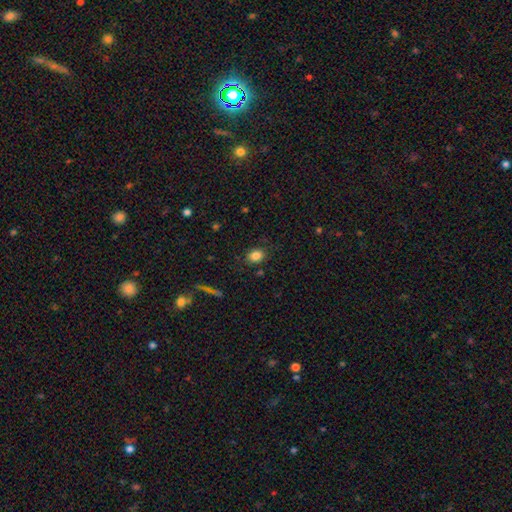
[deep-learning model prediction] The model was most divided on "how rounded": in between: 52%, round: 47%, cigar-shaped: 1%. More confident: smooth or featured — smooth (83%); merging — none (82%).